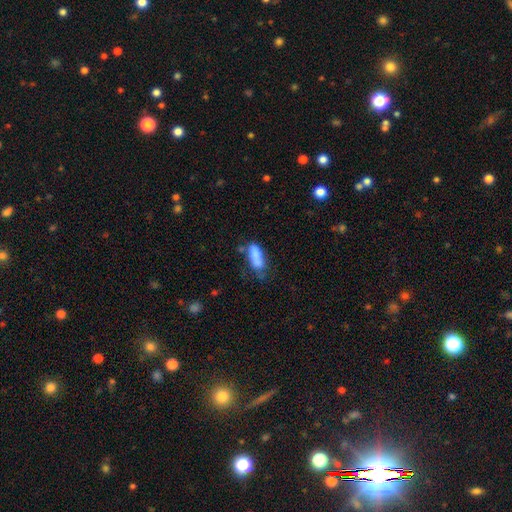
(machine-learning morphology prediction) smooth_or_featured: smooth (p=0.75) [alt: featured or disk p=0.17]
how_rounded: in between (p=0.71) [alt: cigar-shaped p=0.26]
merging: none (p=0.36) [alt: minor disturbance p=0.29]